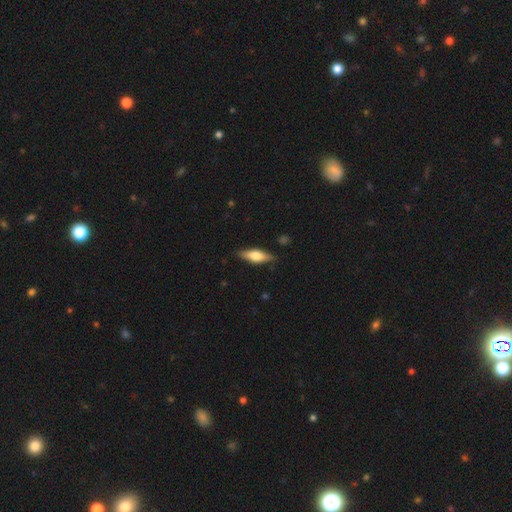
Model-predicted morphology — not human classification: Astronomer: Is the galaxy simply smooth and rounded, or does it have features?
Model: smooth — 53% (runner-up: featured or disk, 41%).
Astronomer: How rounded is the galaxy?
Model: in between — 54% (runner-up: cigar-shaped, 43%).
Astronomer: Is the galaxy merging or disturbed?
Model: none — 85%.